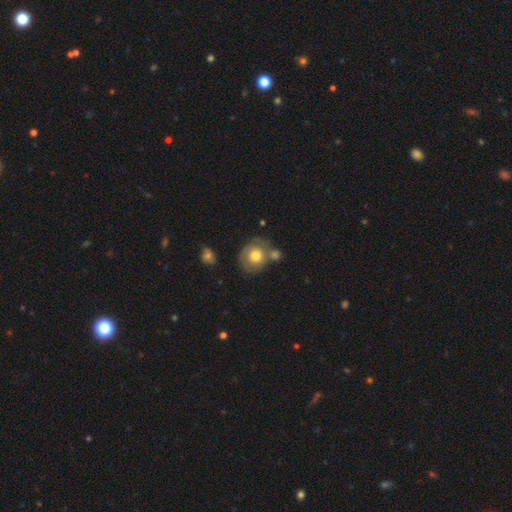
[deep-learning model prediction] This is possibly a smooth galaxy (57%). How rounded: likely round (73%). Merging: possibly none (50%).